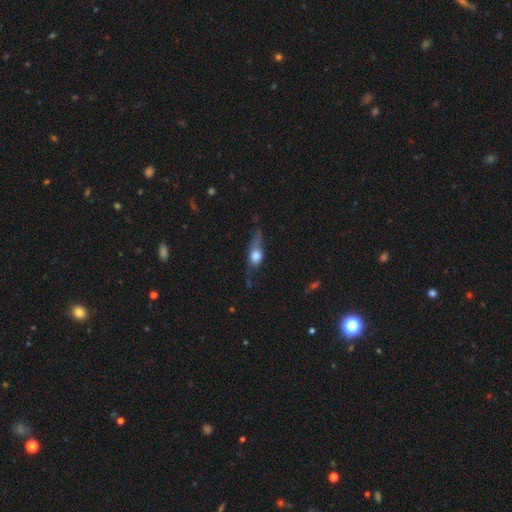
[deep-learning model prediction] Smooth or featured? Predicted: smooth (p=0.49). Merging? Predicted: none (p=0.47).